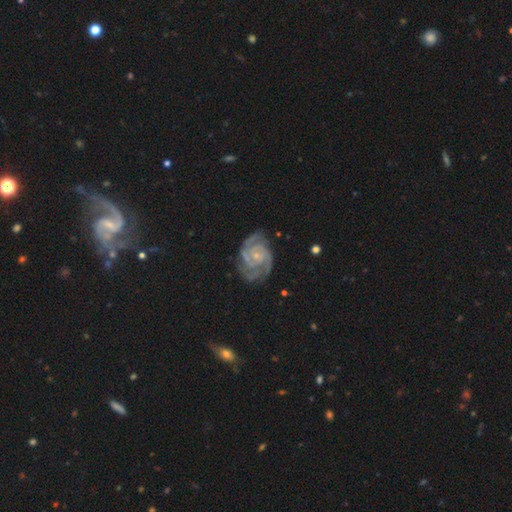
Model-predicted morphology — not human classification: This is clearly a featured or disk galaxy (91%). It is clearly not viewed edge-on (98%). Bar: likely no (66%). Spiral arm pattern: clearly yes (98%). Spiral arm count: marginally 3 (36%). Spiral winding: likely tight (64%). Central bulge: likely small (76%). Merging: likely none (73%).